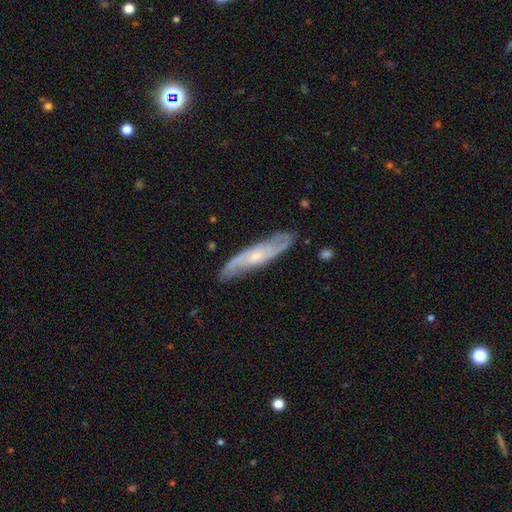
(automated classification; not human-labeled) Smooth or featured? featured or disk (73%)
Edge-on disk? no (67%)
Merging? none (81%)